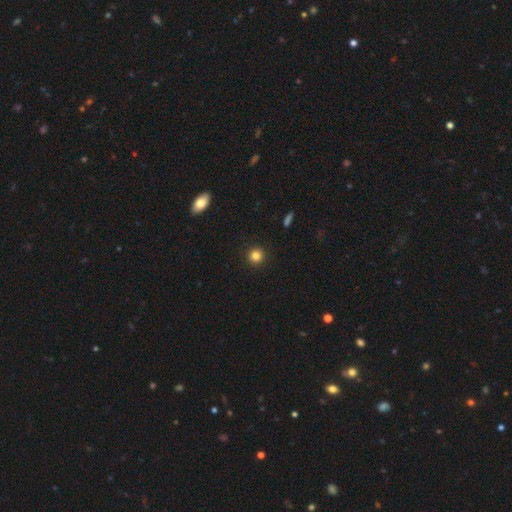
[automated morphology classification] Smooth or featured? Predicted: smooth (p=0.83). How rounded? Predicted: round (p=0.94). Merging? Predicted: none (p=0.92).